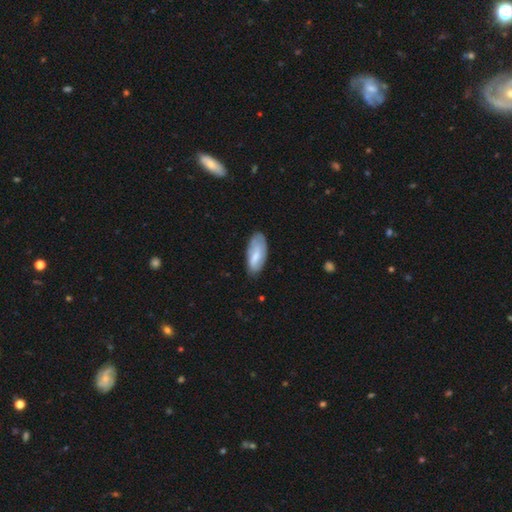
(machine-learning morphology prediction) Smooth or featured: smooth — 64% (featured or disk — 30%)
How rounded: in between — 85% (cigar-shaped — 13%)
Merging: none — 68% (minor disturbance — 25%)